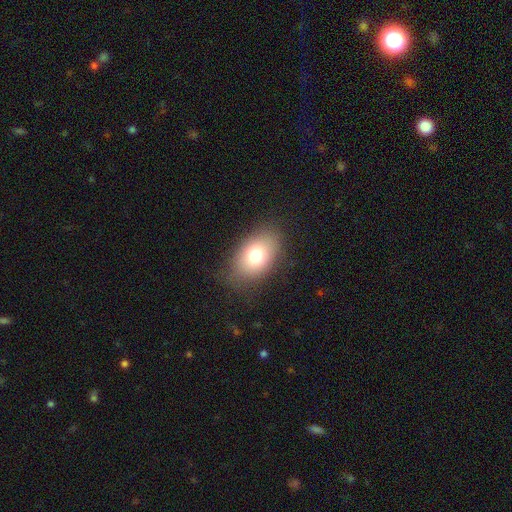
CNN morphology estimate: A smooth galaxy with no disk features (75%) that is in between round and cigar-shaped (83%). Merging: none (78%).